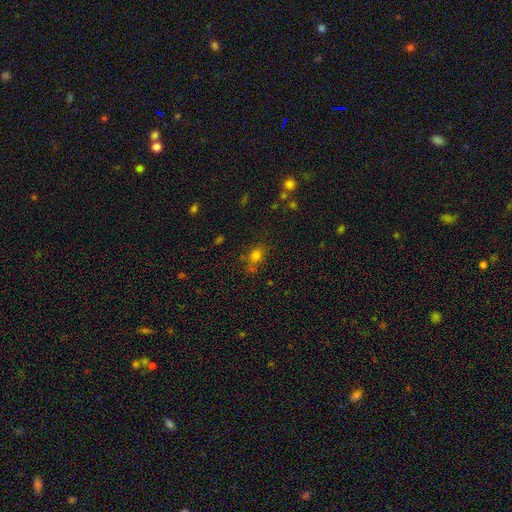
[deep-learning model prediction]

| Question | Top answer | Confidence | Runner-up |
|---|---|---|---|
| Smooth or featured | smooth | 73% | star or artifact (19%) |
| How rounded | round | 60% | in between (38%) |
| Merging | none | 63% | minor disturbance (18%) |